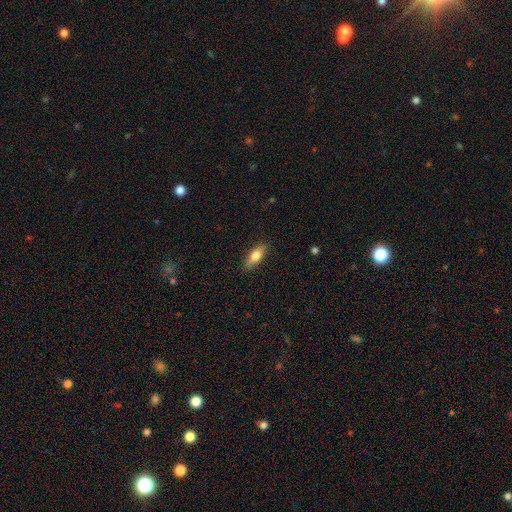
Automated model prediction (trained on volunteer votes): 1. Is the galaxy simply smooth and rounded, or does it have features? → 70% smooth, 24% featured or disk, 6% star or artifact.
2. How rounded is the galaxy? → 64% in between, 33% cigar-shaped, 3% round.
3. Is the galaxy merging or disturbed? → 86% none, 10% minor disturbance, 2% major disturbance, 1% merger.